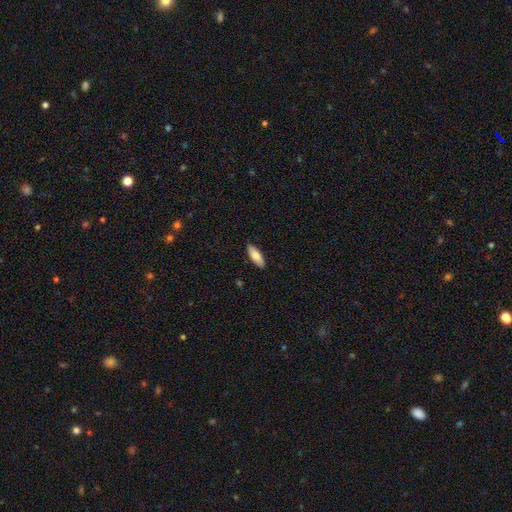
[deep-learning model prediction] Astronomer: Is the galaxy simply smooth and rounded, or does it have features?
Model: smooth — 81%.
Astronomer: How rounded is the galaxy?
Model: in between — 68%.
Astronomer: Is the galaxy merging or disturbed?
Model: none — 88%.